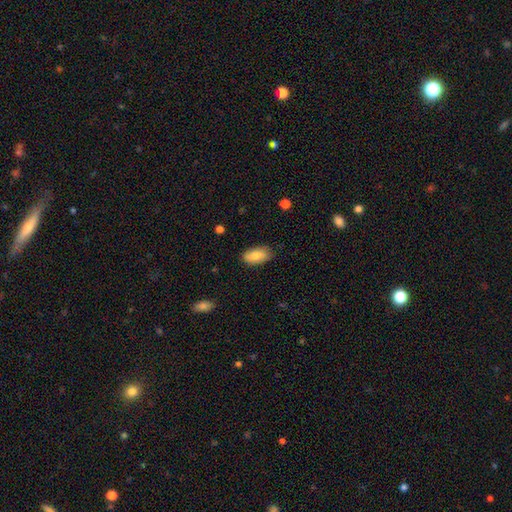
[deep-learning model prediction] Morphology: type=smooth (83%); roundness=in between (93%); merging=none (84%).